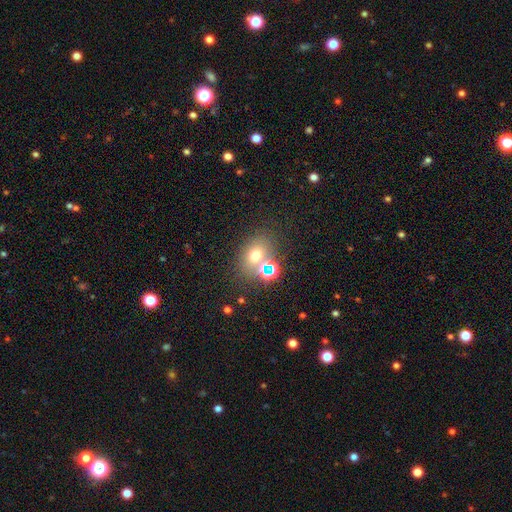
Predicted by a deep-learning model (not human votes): This appears to be a smooth galaxy with no disk features (62%) that is in between round and cigar-shaped (52%). Merging: none (61%).